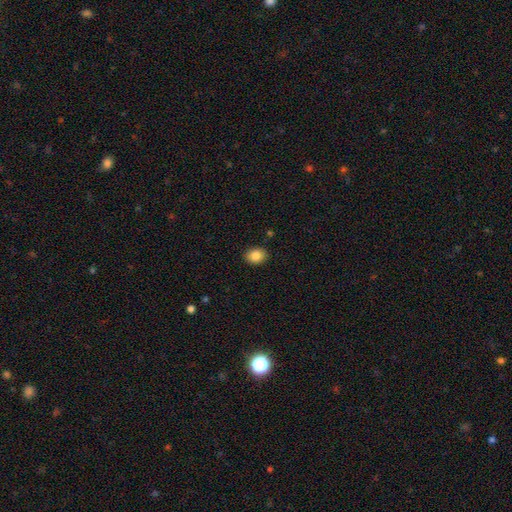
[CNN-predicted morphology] smooth-or-featured: smooth: 85% | star or artifact: 9% | featured or disk: 6%
  how-rounded: in between: 54% | round: 45% | cigar-shaped: 1%
  merging: none: 89% | minor disturbance: 8% | major disturbance: 2% | merger: 1%